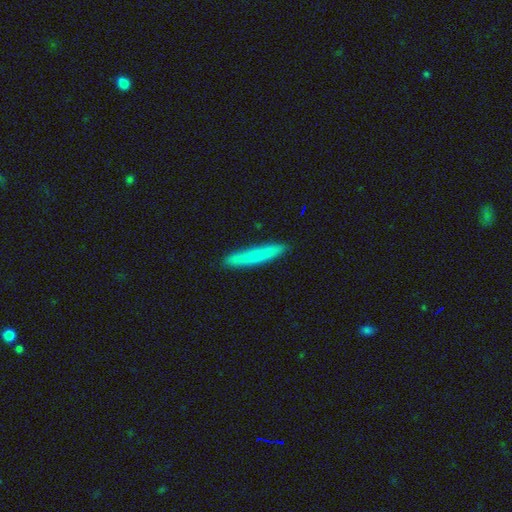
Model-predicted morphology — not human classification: type=smooth (70%); roundness=cigar-shaped (95%); merging=none (89%).